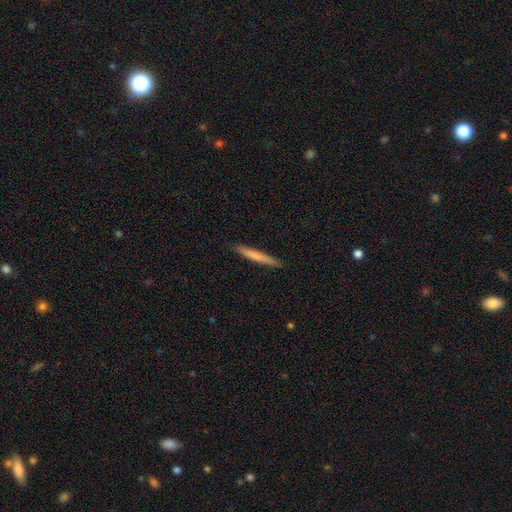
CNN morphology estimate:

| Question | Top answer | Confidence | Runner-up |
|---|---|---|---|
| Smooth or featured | smooth | 69% | featured or disk (25%) |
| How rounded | cigar-shaped | 97% | in between (2%) |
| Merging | none | 91% | minor disturbance (6%) |